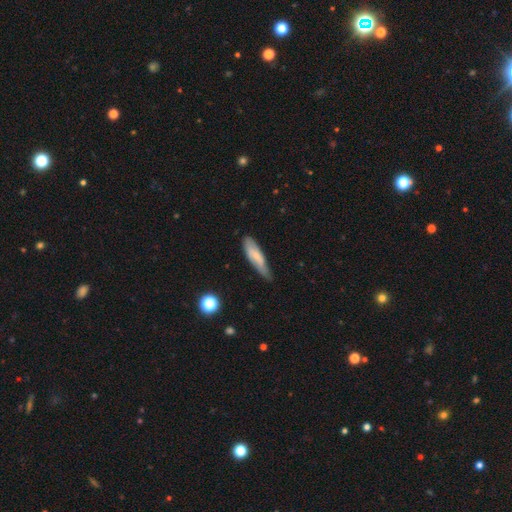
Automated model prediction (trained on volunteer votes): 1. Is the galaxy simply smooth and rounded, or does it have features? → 63% smooth, 30% featured or disk, 7% star or artifact.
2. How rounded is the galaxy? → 64% cigar-shaped, 35% in between, 2% round.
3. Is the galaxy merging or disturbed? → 59% none, 33% minor disturbance, 6% major disturbance, 2% merger.